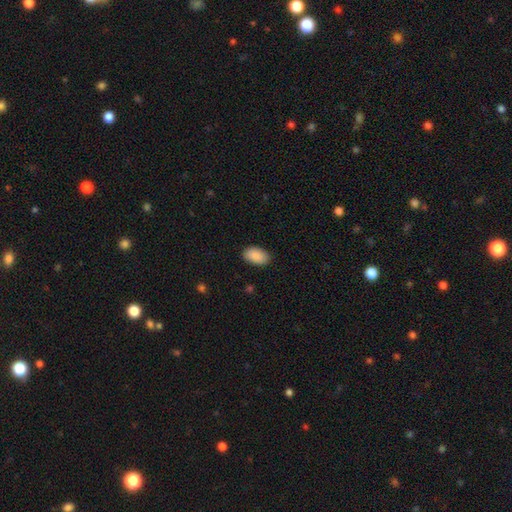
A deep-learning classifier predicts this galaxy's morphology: A smooth galaxy with no disk features (90%) that is in between round and cigar-shaped (95%).

Vote fractions:
- Smooth or featured? smooth: 90% / star or artifact: 6% / featured or disk: 4%
- How rounded? in between: 95% / round: 4% / cigar-shaped: 1%
- Merging? none: 88% / minor disturbance: 9% / major disturbance: 2% / merger: 1%